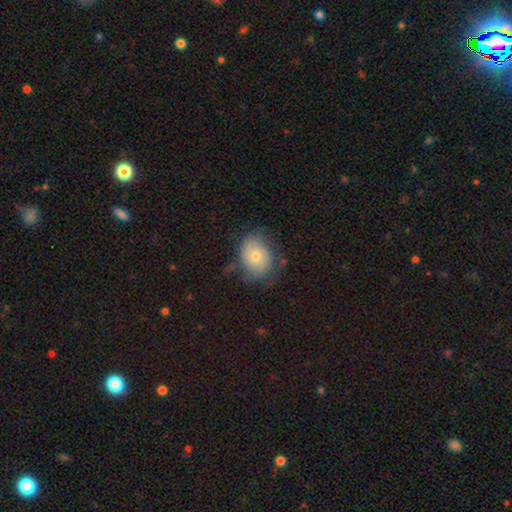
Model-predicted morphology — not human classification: A smooth galaxy with no disk features (70%) that is in between round and cigar-shaped (61%). Merging: none (60%).